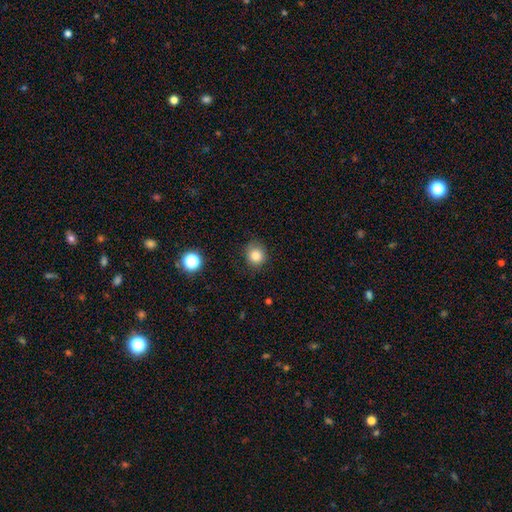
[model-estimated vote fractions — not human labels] Q: Smooth or featured?
A: smooth (82%); runner-up: star or artifact (12%)
Q: How rounded?
A: round (85%); runner-up: in between (14%)
Q: Merging?
A: none (81%); runner-up: minor disturbance (14%)